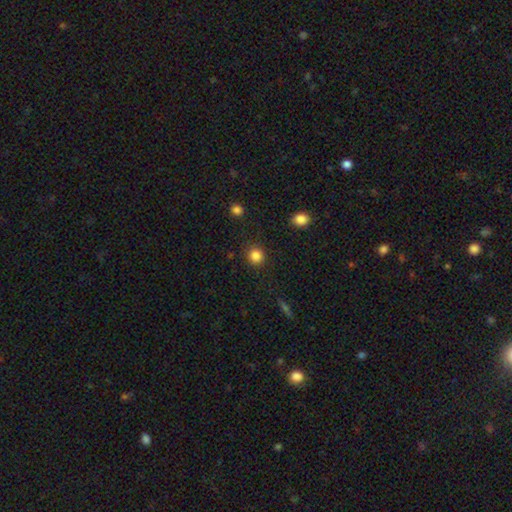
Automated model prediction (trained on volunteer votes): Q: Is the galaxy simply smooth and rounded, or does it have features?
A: smooth — 85%.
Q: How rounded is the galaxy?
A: round — 91%.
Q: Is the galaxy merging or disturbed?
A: none — 89%.